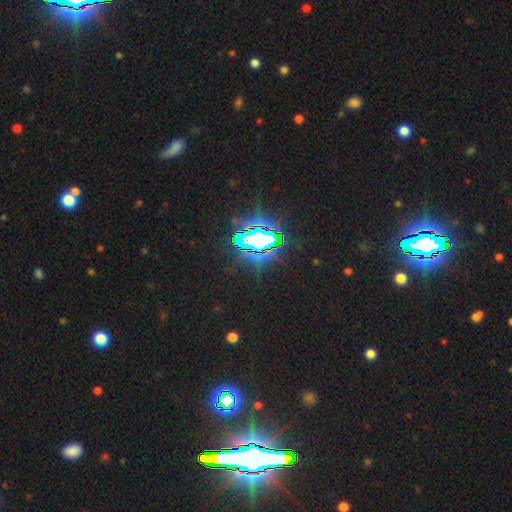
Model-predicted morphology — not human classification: star or artifact 77%, smooth 13%, featured or disk 10%.